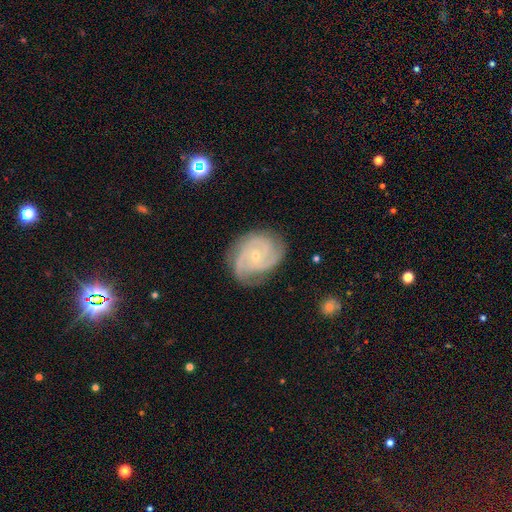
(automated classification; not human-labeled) Smooth or featured? featured or disk (88%)
Edge-on disk? no (98%)
Bar? no (73%)
Spiral arms? yes (98%)
Spiral winding? tight (60%)
Spiral arm count? 3 (52%)
Bulge size? small (73%)
Merging? none (74%)